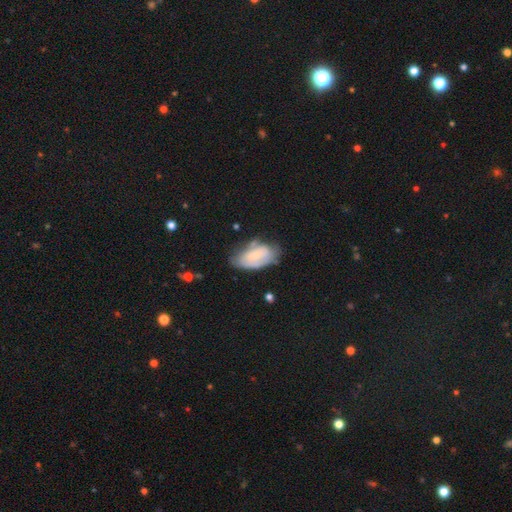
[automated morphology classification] Smooth or featured: smooth — 56% (featured or disk — 37%)
How rounded: in between — 93% (round — 4%)
Merging: none — 47% (minor disturbance — 35%)